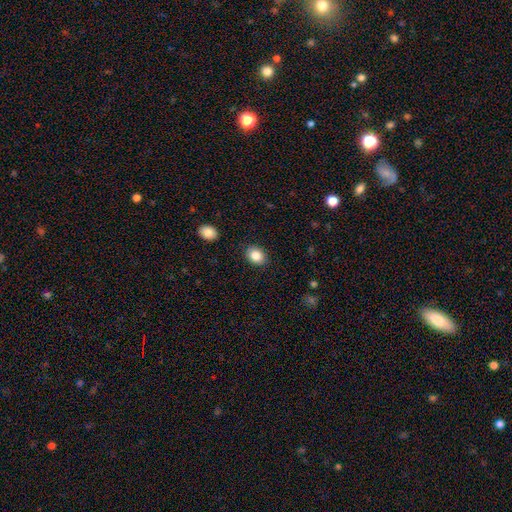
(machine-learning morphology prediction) This appears to be a smooth galaxy with no disk features (86%) that is in between round and cigar-shaped (58%). Merging: none (87%).